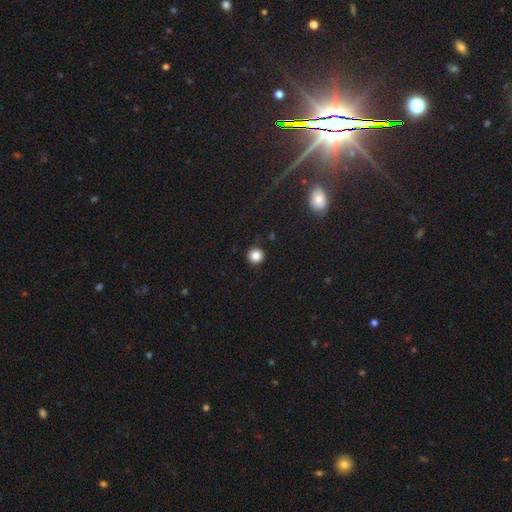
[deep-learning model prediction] Q: Smooth or featured?
A: smooth (85%); runner-up: star or artifact (11%)
Q: How rounded?
A: round (94%); runner-up: in between (5%)
Q: Merging?
A: none (91%); runner-up: minor disturbance (6%)